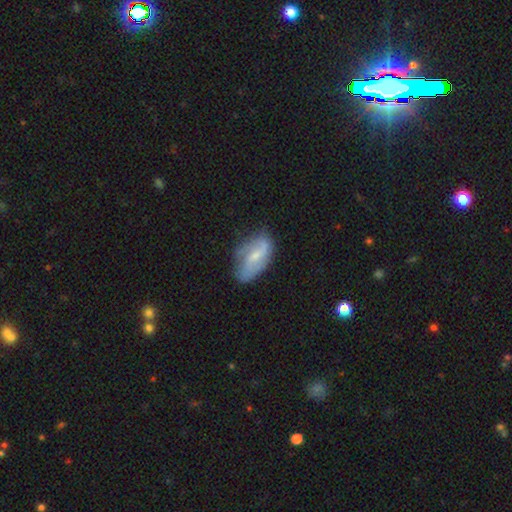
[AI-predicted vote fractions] A featured or disk galaxy (62%) with a weak bar (48%), spiral arms (82%) and a small central bulge (60%).

Vote fractions:
- Smooth or featured? featured or disk: 62% / smooth: 31% / star or artifact: 7%
- Edge-on disk? no: 94% / yes: 6%
- Bar? weak: 48% / no: 29% / strong: 23%
- Spiral arms? yes: 82% / no: 18%
- Bulge size? small: 60% / moderate: 28% / none: 9% / large: 2% / dominant: 1%
- Merging? none: 59% / minor disturbance: 28% / major disturbance: 11% / merger: 2%